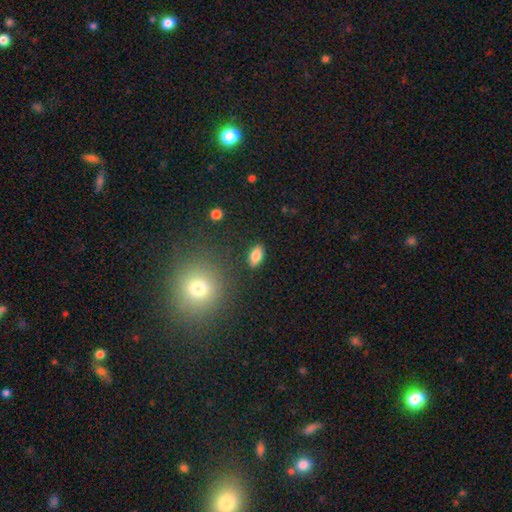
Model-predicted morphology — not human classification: smooth 82%, featured or disk 9%, star or artifact 9%. Down the decision tree: how rounded — in between (90%); merging — none (88%).